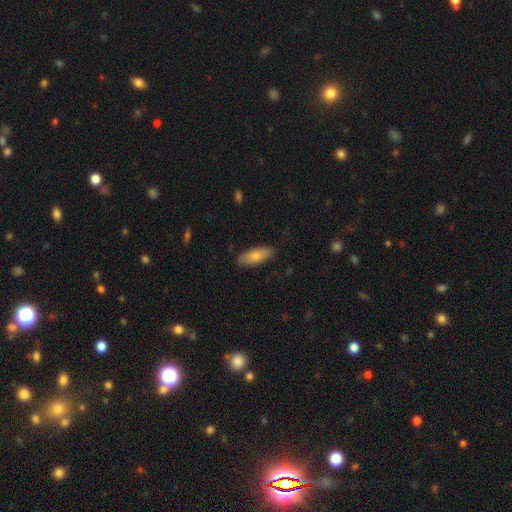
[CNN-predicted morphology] Smooth or featured?
  - smooth: 74% *
  - featured or disk: 20%
  - star or artifact: 6%
How rounded?
  - in between: 68% *
  - cigar-shaped: 29%
  - round: 2%
Merging?
  - none: 84% *
  - minor disturbance: 12%
  - major disturbance: 2%
  - merger: 1%